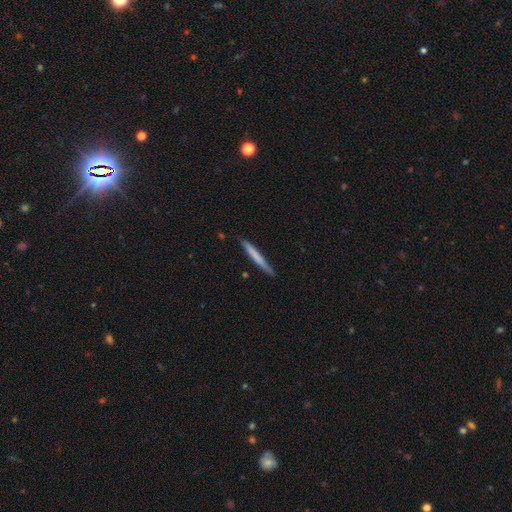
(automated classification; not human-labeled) smooth 66%, featured or disk 29%, star or artifact 5%. Down the decision tree: how rounded — cigar-shaped (97%); merging — none (88%).